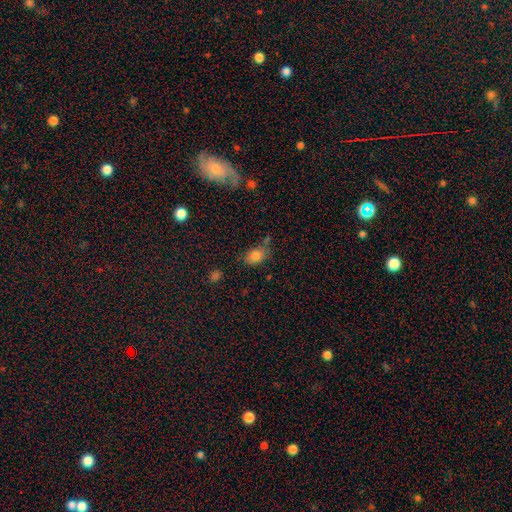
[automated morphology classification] type=smooth (82%); roundness=in between (72%); merging=none (65%).